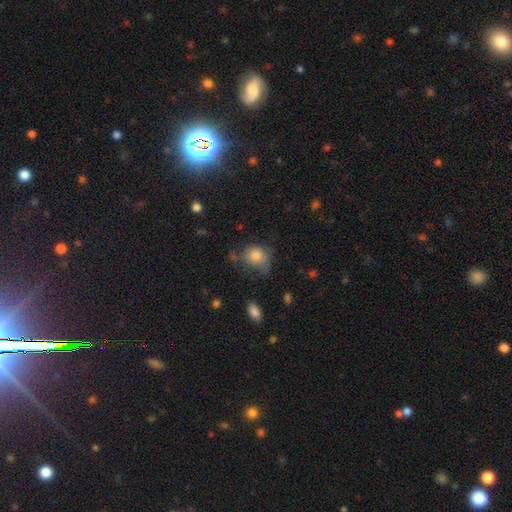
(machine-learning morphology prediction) smooth-or-featured: smooth: 77% | featured or disk: 12% | star or artifact: 10%
  how-rounded: round: 59% | in between: 40% | cigar-shaped: 1%
  merging: none: 41% | minor disturbance: 33% | major disturbance: 21% | merger: 6%